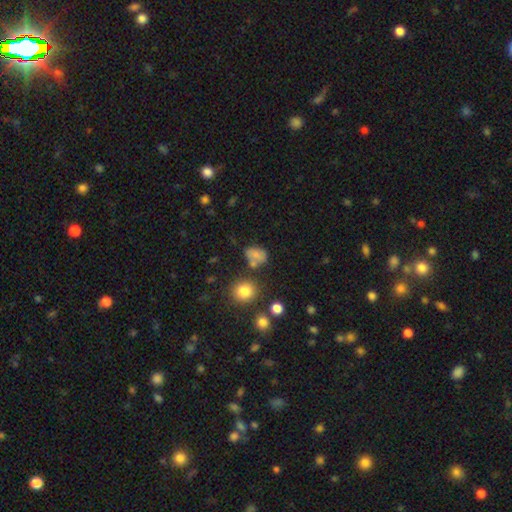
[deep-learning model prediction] Q: Smooth or featured?
A: smooth (71%); runner-up: featured or disk (15%)
Q: How rounded?
A: in between (62%); runner-up: round (36%)
Q: Merging?
A: none (50%); runner-up: minor disturbance (21%)